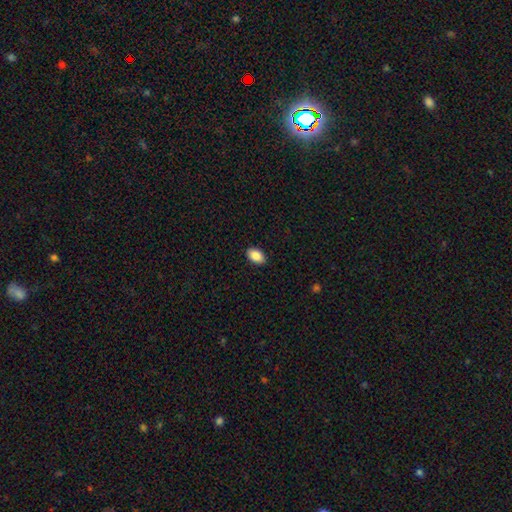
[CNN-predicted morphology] smooth-or-featured: smooth: 87% | star or artifact: 7% | featured or disk: 5%
  how-rounded: in between: 89% | round: 9% | cigar-shaped: 1%
  merging: none: 90% | minor disturbance: 8% | major disturbance: 2% | merger: 1%